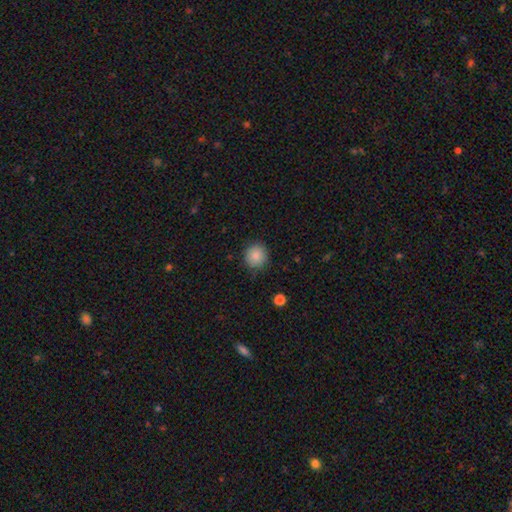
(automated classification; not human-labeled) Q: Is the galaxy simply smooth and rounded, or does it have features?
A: smooth — 87%.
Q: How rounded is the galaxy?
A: round — 89%.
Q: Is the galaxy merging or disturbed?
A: none — 86%.